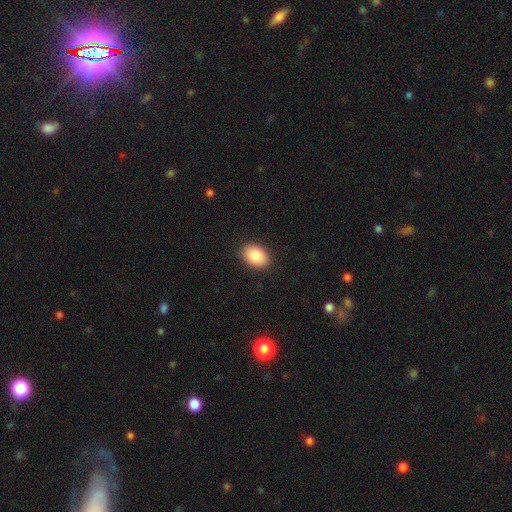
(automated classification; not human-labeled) smooth 86%, star or artifact 7%, featured or disk 7%. Down the decision tree: how rounded — in between (79%); merging — none (90%).